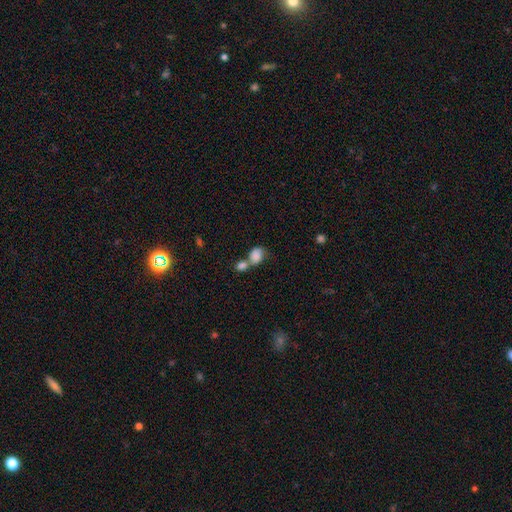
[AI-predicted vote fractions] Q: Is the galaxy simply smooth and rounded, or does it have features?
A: smooth — 80%.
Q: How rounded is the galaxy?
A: in between — 60%.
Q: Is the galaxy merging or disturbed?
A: merger — 65%.